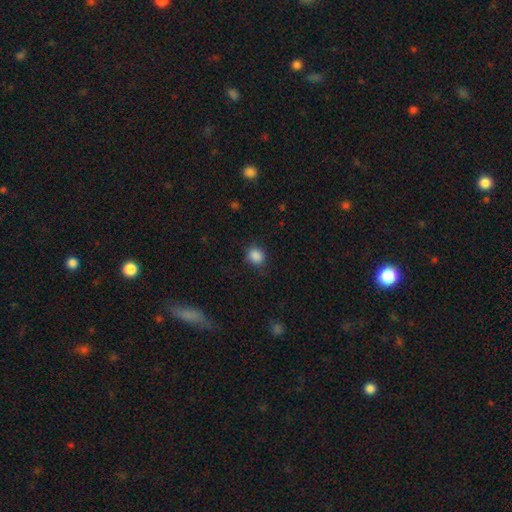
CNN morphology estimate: smooth-or-featured: smooth: 86% | star or artifact: 10% | featured or disk: 4%
  how-rounded: round: 78% | in between: 21% | cigar-shaped: 1%
  merging: none: 81% | minor disturbance: 14% | major disturbance: 4% | merger: 1%